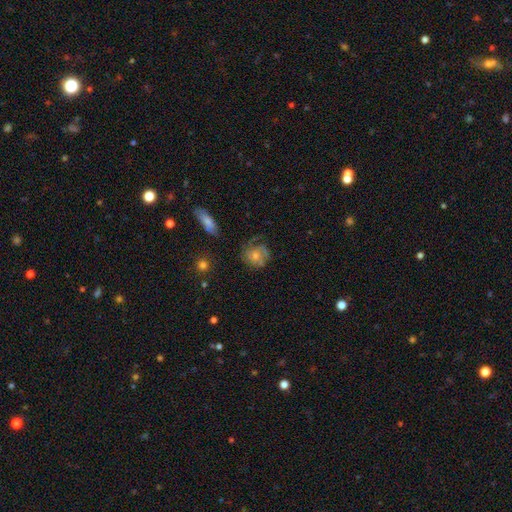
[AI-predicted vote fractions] The model was most divided on "bulge size": moderate: 50%, small: 38%, large: 5%, none: 5%, dominant: 1%. More confident: edge-on disk — no (97%); bar — no (78%); spiral arms — yes (77%); merging — none (57%); smooth or featured — featured or disk (54%).